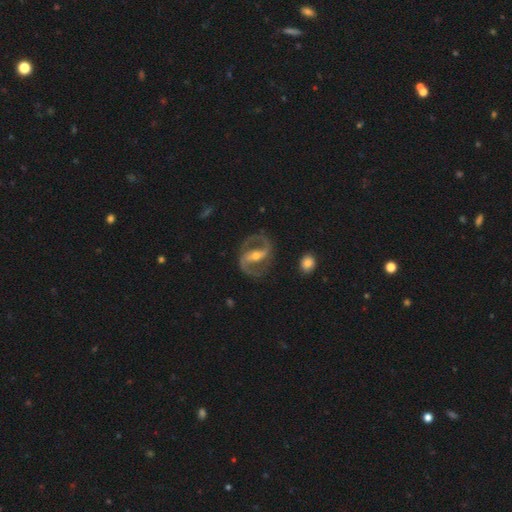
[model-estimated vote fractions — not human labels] Smooth or featured? Predicted: featured or disk (p=0.91). Edge-on disk? Predicted: no (p=0.97). Bar? Predicted: strong (p=0.66). Spiral arms? Predicted: yes (p=0.95). Spiral winding? Predicted: medium (p=0.59). Spiral arm count? Predicted: 2 (p=0.93). Bulge size? Predicted: moderate (p=0.55). Merging? Predicted: none (p=0.82).